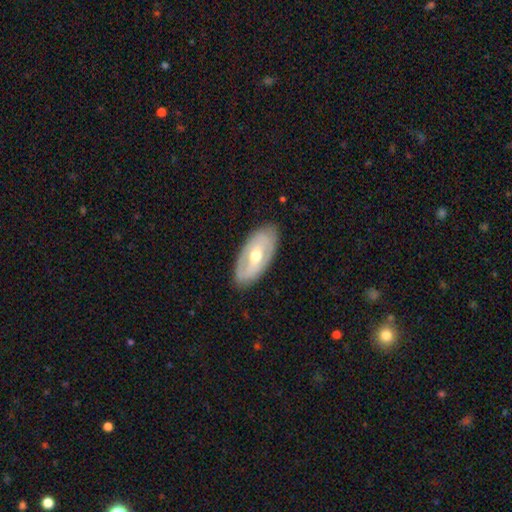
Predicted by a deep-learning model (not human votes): featured or disk 62%, smooth 33%, star or artifact 5%. Down the decision tree: edge-on disk — no (87%); bar — no (48%); spiral arms — no (58%); bulge size — moderate (71%); merging — none (82%).